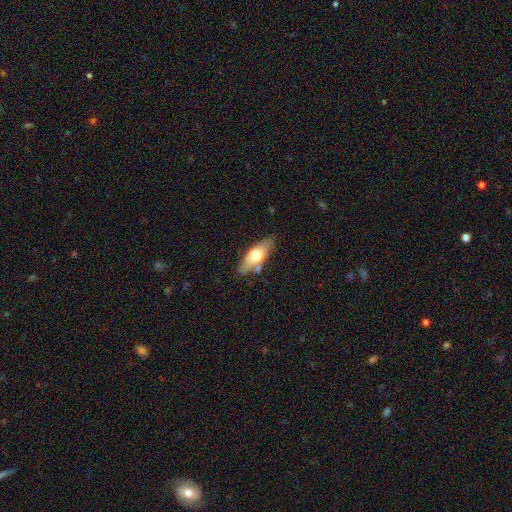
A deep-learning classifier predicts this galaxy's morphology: Smooth or featured: smooth — 58% (featured or disk — 36%)
How rounded: in between — 71% (cigar-shaped — 26%)
Merging: none — 76% (minor disturbance — 15%)